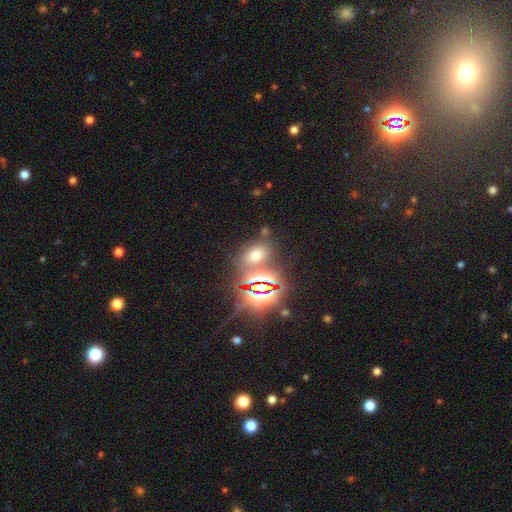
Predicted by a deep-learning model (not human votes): smooth 48%, star or artifact 42%, featured or disk 10%. Down the decision tree: merging — none (67%).